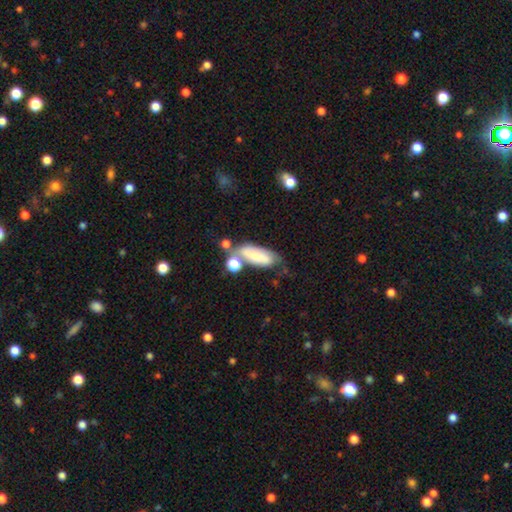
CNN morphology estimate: smooth 67%, featured or disk 25%, star or artifact 8%. Down the decision tree: how rounded — in between (71%); merging — none (41%).